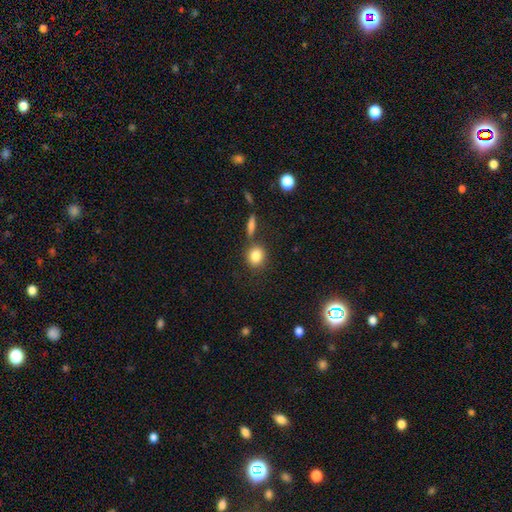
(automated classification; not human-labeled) Smooth or featured?
  - smooth: 84% *
  - star or artifact: 9%
  - featured or disk: 7%
How rounded?
  - round: 72% *
  - in between: 27%
  - cigar-shaped: 2%
Merging?
  - none: 75% *
  - merger: 11%
  - minor disturbance: 10%
  - major disturbance: 3%